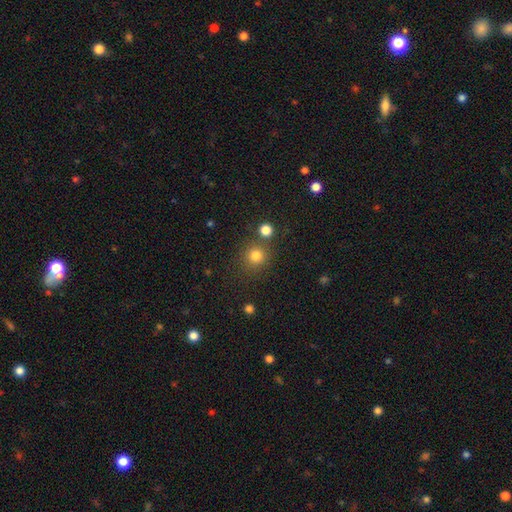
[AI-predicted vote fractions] smooth 80%, star or artifact 14%, featured or disk 5%. Down the decision tree: how rounded — round (92%); merging — none (78%).